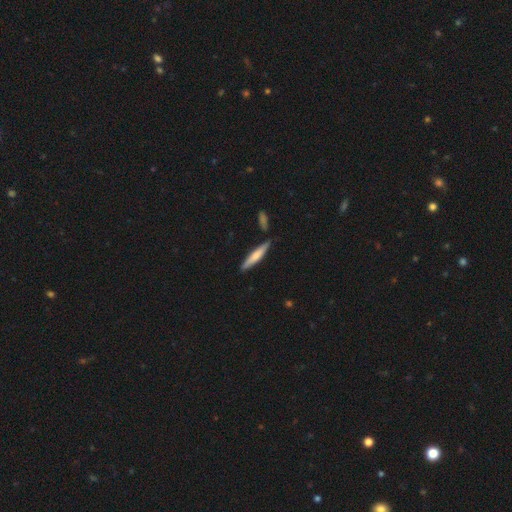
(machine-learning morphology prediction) Overall: smooth (63%; featured or disk 32%). How rounded: cigar-shaped (88%). Merging: none (81%).